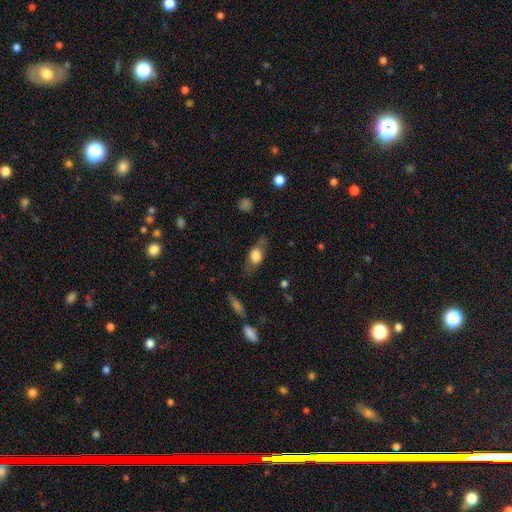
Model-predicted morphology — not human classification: The model was most divided on "smooth or featured": smooth: 64%, featured or disk: 28%, star or artifact: 8%. More confident: how rounded — in between (68%); merging — none (68%).